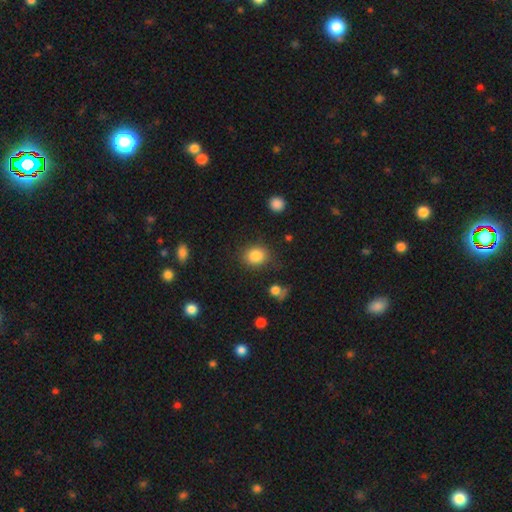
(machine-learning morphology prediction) smooth-or-featured: smooth: 85% | star or artifact: 10% | featured or disk: 5%
  how-rounded: round: 67% | in between: 32% | cigar-shaped: 1%
  merging: none: 81% | minor disturbance: 12% | major disturbance: 4% | merger: 3%